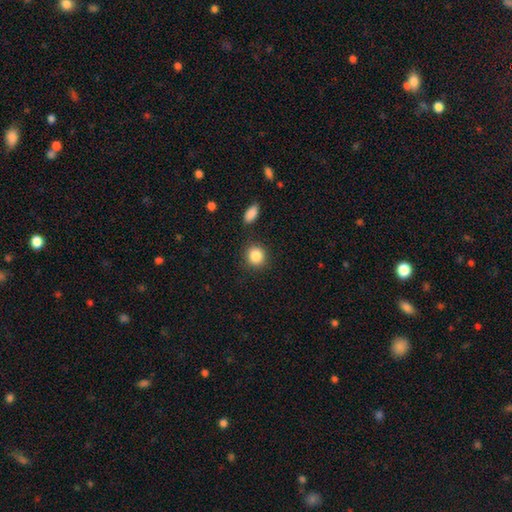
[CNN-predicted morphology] A smooth galaxy with no disk features (87%) that is round (84%). Merging: none (86%).